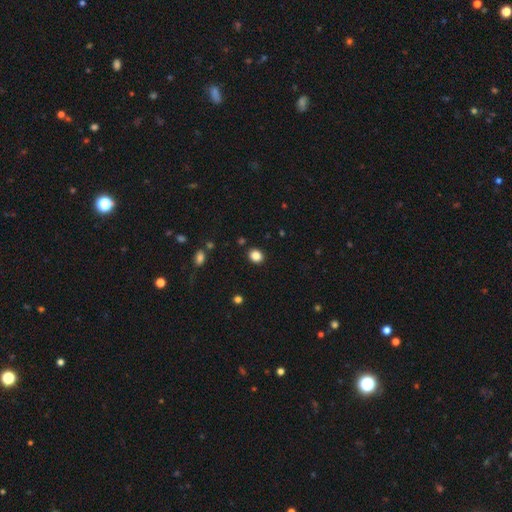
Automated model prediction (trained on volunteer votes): Overall: smooth (86%). How rounded: round (61%; in between 38%). Merging: none (90%).